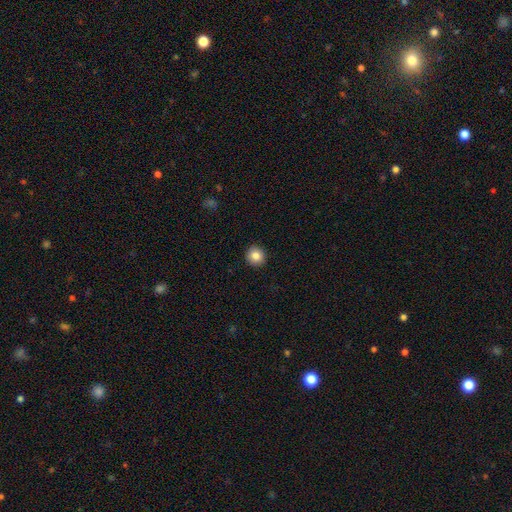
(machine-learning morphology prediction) smooth 85%, star or artifact 9%, featured or disk 6%. Down the decision tree: how rounded — round (93%); merging — none (93%).